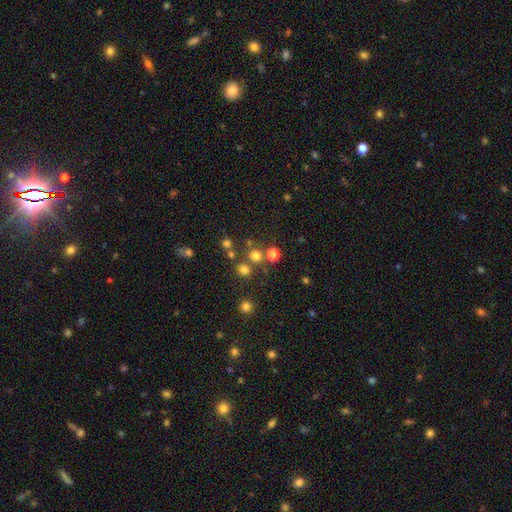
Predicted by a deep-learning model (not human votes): This is likely a smooth galaxy (71%). How rounded: clearly round (91%). Merging: likely none (73%).